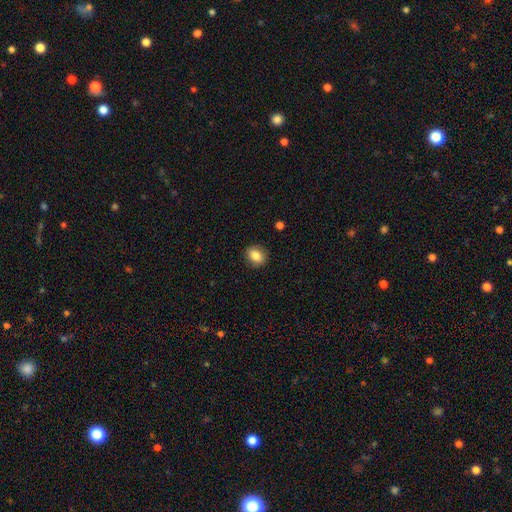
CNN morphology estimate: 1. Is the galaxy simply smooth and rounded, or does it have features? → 83% smooth, 9% star or artifact, 8% featured or disk.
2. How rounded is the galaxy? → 57% round, 42% in between, 1% cigar-shaped.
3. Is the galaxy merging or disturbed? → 90% none, 7% minor disturbance, 2% major disturbance, 1% merger.